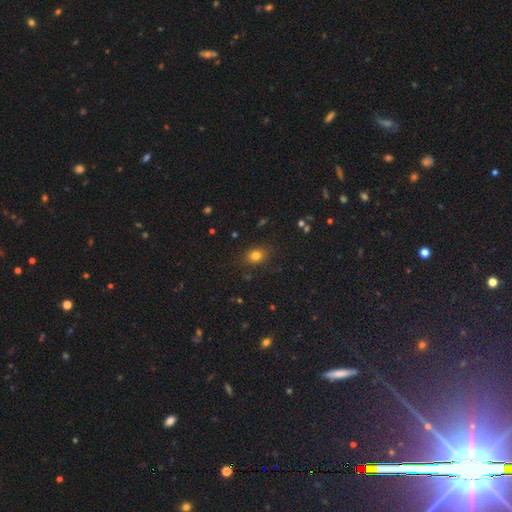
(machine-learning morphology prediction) Smooth or featured: smooth — 78% (star or artifact — 15%)
How rounded: in between — 55% (round — 44%)
Merging: none — 83% (minor disturbance — 12%)